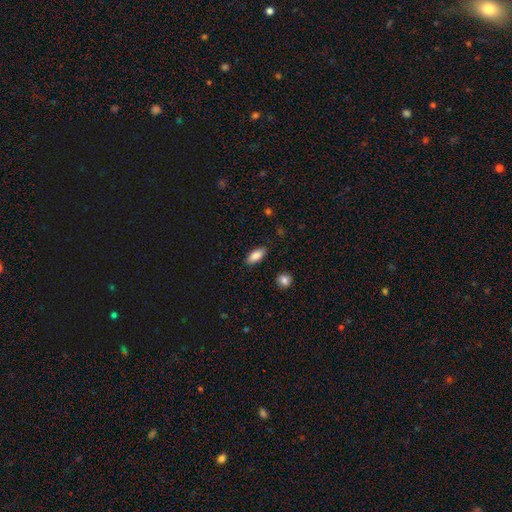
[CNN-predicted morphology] type=smooth (87%); roundness=in between (84%); merging=none (87%).